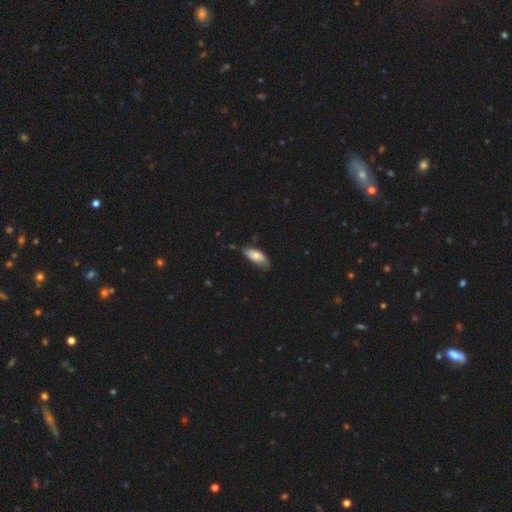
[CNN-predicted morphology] This is likely a smooth galaxy (76%). How rounded: clearly in between (81%). Merging: likely none (66%).